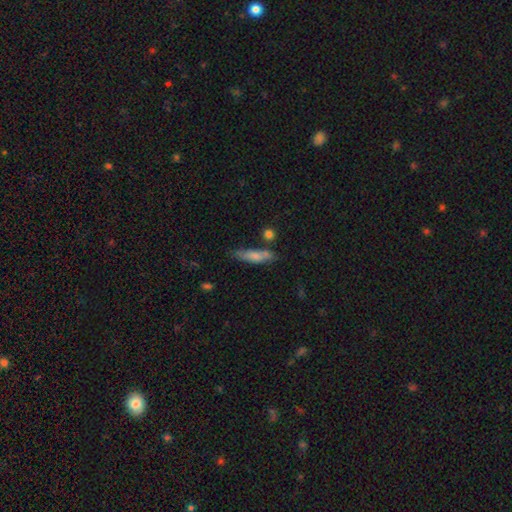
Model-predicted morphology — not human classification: Q: Smooth or featured?
A: smooth (72%); runner-up: featured or disk (21%)
Q: How rounded?
A: cigar-shaped (71%); runner-up: in between (26%)
Q: Merging?
A: none (64%); runner-up: minor disturbance (21%)